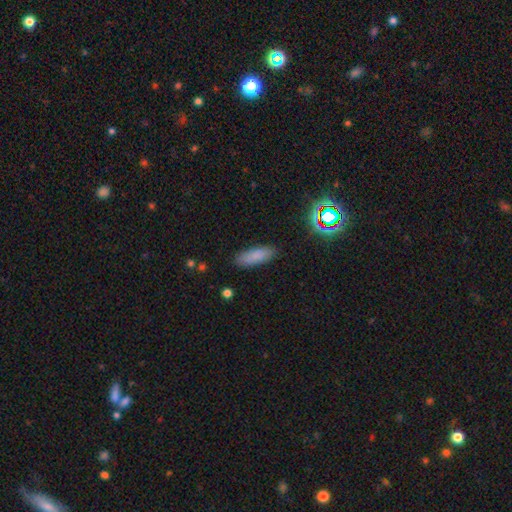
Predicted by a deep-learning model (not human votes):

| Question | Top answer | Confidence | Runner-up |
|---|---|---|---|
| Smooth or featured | smooth | 83% | star or artifact (10%) |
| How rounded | in between | 59% | cigar-shaped (39%) |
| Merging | none | 87% | minor disturbance (10%) |